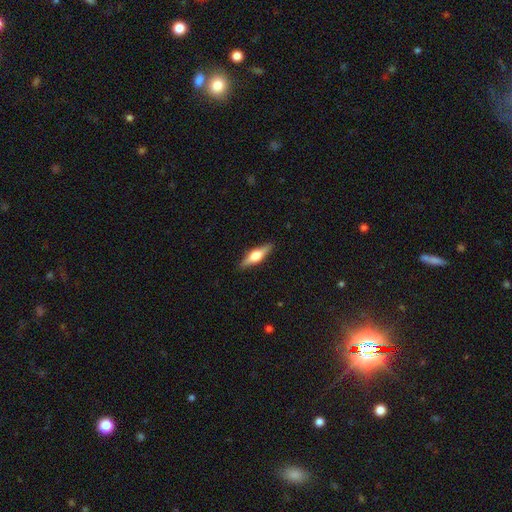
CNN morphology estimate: Smooth or featured? featured or disk (61%)
Edge-on disk? yes (96%)
Edge-on bulge? rounded (94%)
Merging? none (90%)